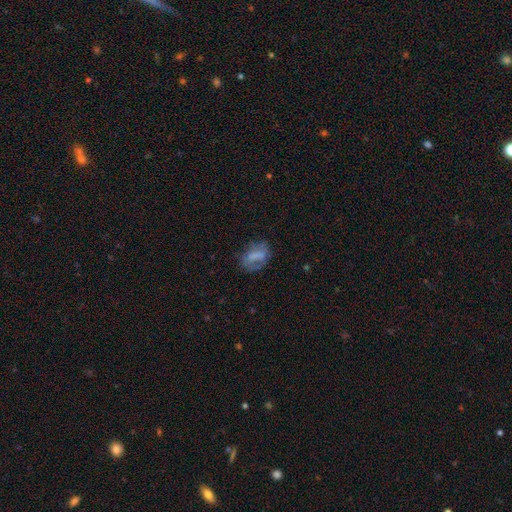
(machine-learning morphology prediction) This is possibly a smooth galaxy (56%). How rounded: likely in between (78%). Merging: possibly none (53%).